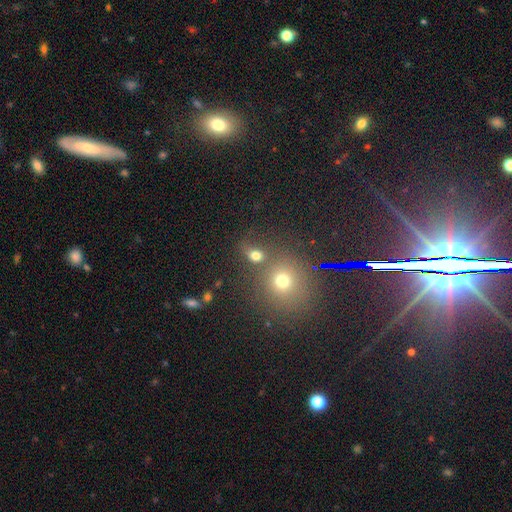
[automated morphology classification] Smooth or featured? Predicted: smooth (p=0.67). How rounded? Predicted: round (p=0.61). Merging? Predicted: none (p=0.57).